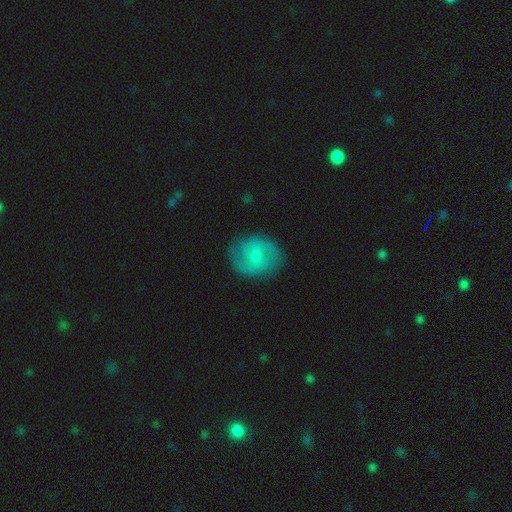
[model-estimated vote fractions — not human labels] A smooth galaxy with no disk features (47%).

Vote fractions:
- Smooth or featured? smooth: 47% / featured or disk: 45% / star or artifact: 8%
- Merging? none: 76% / minor disturbance: 17% / major disturbance: 6% / merger: 1%